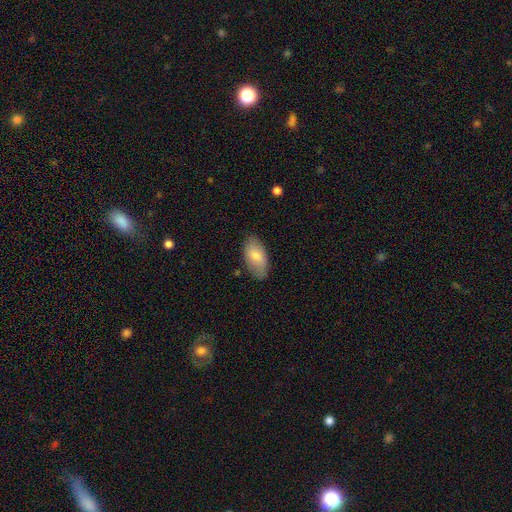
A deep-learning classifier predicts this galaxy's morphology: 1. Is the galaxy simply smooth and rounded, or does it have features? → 74% smooth, 20% featured or disk, 6% star or artifact.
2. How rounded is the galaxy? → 94% in between, 3% cigar-shaped, 3% round.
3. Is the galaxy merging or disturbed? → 81% none, 15% minor disturbance, 3% major disturbance, 1% merger.